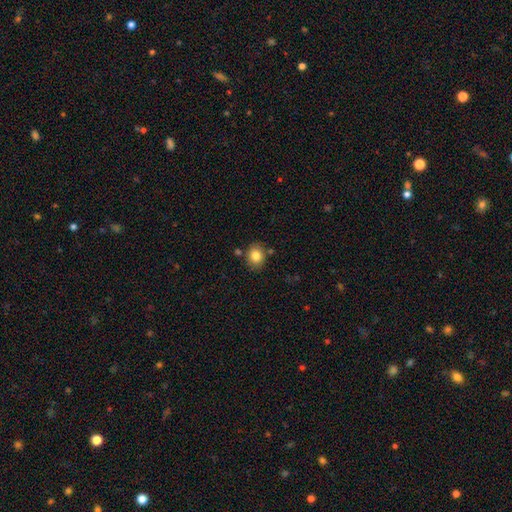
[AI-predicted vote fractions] A smooth galaxy with no disk features (83%) that is round (60%).

Vote fractions:
- Smooth or featured? smooth: 83% / star or artifact: 9% / featured or disk: 8%
- How rounded? round: 60% / in between: 39% / cigar-shaped: 1%
- Merging? none: 80% / minor disturbance: 11% / merger: 6% / major disturbance: 3%